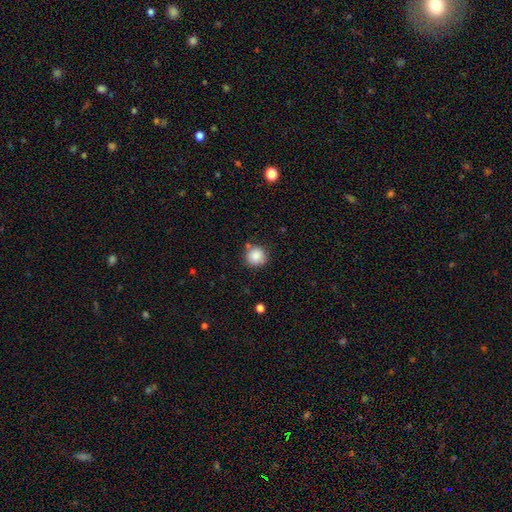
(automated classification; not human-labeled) smooth 86%, star or artifact 9%, featured or disk 4%. Down the decision tree: how rounded — round (91%); merging — none (77%).